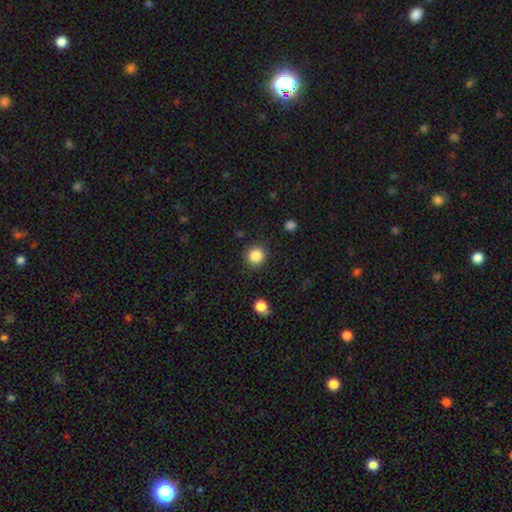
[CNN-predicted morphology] smooth-or-featured: smooth: 86% | star or artifact: 10% | featured or disk: 4%
  how-rounded: round: 89% | in between: 10% | cigar-shaped: 1%
  merging: none: 88% | minor disturbance: 8% | major disturbance: 3% | merger: 2%